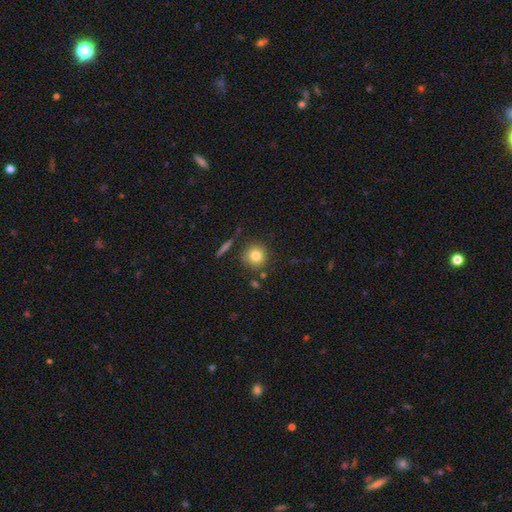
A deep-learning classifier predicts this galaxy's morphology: A smooth galaxy with no disk features (80%) that is round (93%).

Vote fractions:
- Smooth or featured? smooth: 80% / star or artifact: 10% / featured or disk: 10%
- How rounded? round: 93% / in between: 6% / cigar-shaped: 1%
- Merging? none: 82% / minor disturbance: 9% / merger: 5% / major disturbance: 3%